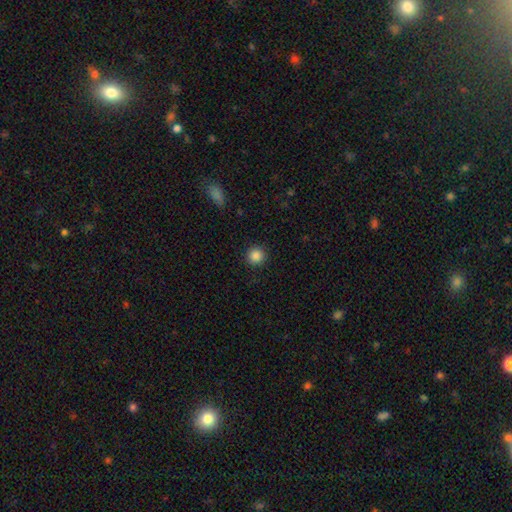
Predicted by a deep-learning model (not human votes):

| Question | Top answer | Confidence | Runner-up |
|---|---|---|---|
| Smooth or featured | smooth | 87% | star or artifact (10%) |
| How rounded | round | 94% | in between (5%) |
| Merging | none | 91% | minor disturbance (6%) |